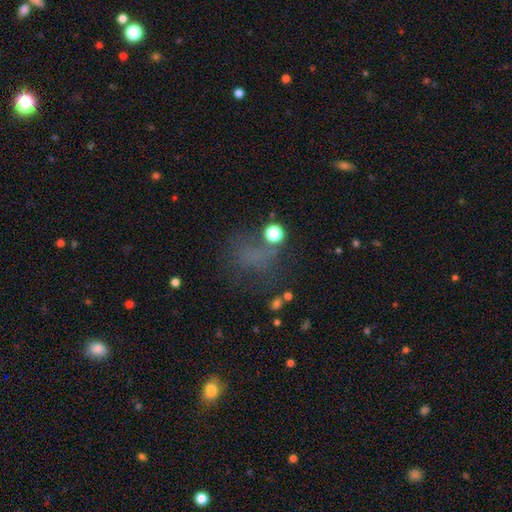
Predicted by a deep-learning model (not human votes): A smooth galaxy with no disk features (49%). Merging: none (54%).